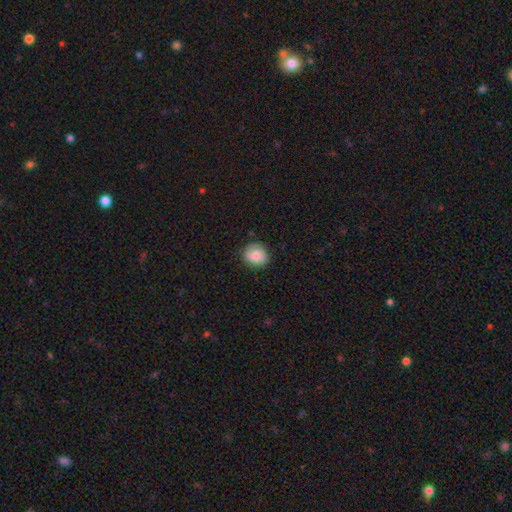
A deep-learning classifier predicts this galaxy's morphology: The model was most divided on "how rounded": round: 79%, in between: 20%, cigar-shaped: 1%. More confident: merging — none (83%); smooth or featured — smooth (81%).